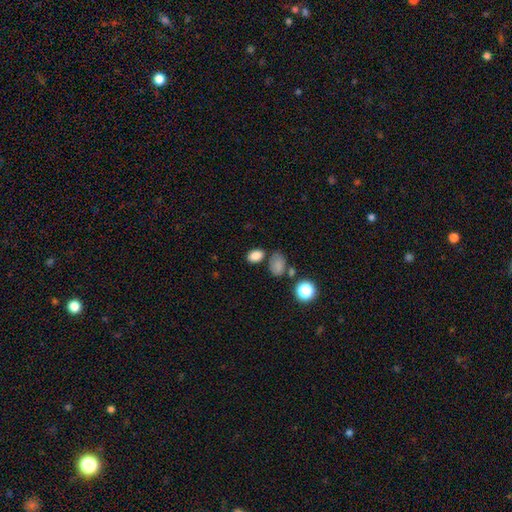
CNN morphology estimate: smooth-or-featured: smooth: 83% | star or artifact: 11% | featured or disk: 5%
  how-rounded: in between: 84% | round: 15% | cigar-shaped: 1%
  merging: none: 71% | minor disturbance: 14% | merger: 11% | major disturbance: 4%